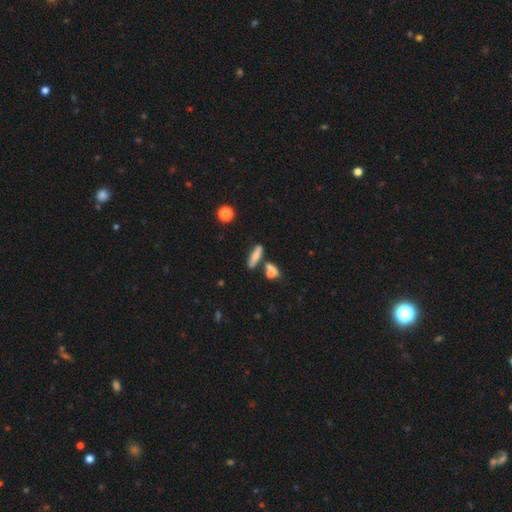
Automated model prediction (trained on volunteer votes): The model was most divided on "how rounded": cigar-shaped: 65%, in between: 31%, round: 5%. More confident: smooth or featured — smooth (72%); merging — none (61%).